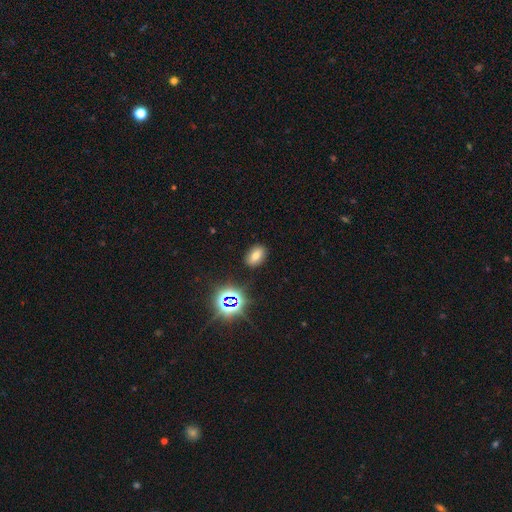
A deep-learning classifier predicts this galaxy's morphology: type=smooth (65%); roundness=in between (85%); merging=none (88%).